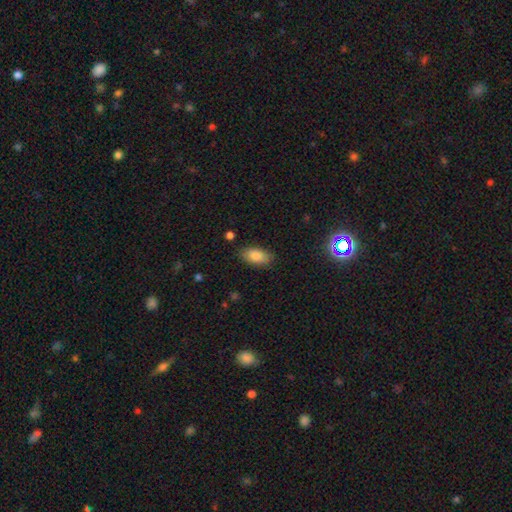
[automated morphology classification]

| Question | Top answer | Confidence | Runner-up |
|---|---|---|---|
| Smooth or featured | smooth | 85% | featured or disk (8%) |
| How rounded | in between | 92% | cigar-shaped (5%) |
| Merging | none | 85% | minor disturbance (11%) |